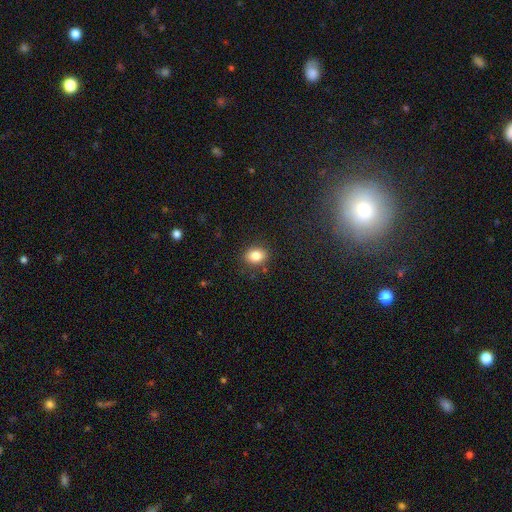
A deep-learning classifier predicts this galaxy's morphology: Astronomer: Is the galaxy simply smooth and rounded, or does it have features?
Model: smooth — 83%.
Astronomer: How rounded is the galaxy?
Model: in between — 61% (runner-up: round, 38%).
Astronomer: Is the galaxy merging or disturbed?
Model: none — 85%.